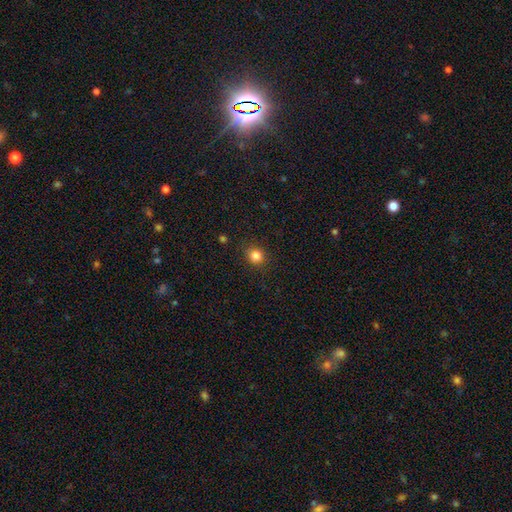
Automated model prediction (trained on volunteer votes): Smooth or featured? Predicted: smooth (p=0.83). How rounded? Predicted: round (p=0.83). Merging? Predicted: none (p=0.90).